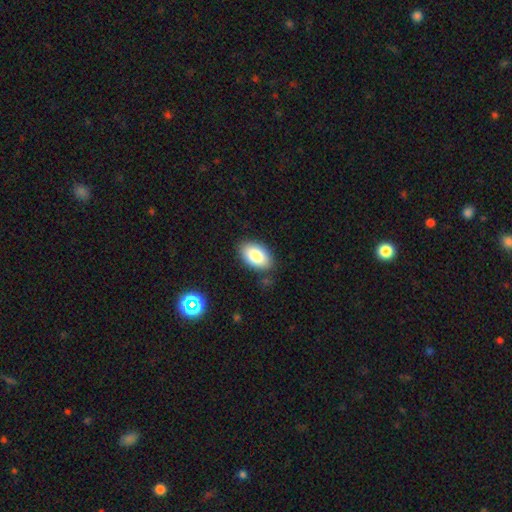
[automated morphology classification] Smooth or featured?
  - smooth: 84% *
  - featured or disk: 9%
  - star or artifact: 7%
How rounded?
  - in between: 93% *
  - round: 6%
  - cigar-shaped: 1%
Merging?
  - none: 84% *
  - minor disturbance: 12%
  - major disturbance: 3%
  - merger: 2%